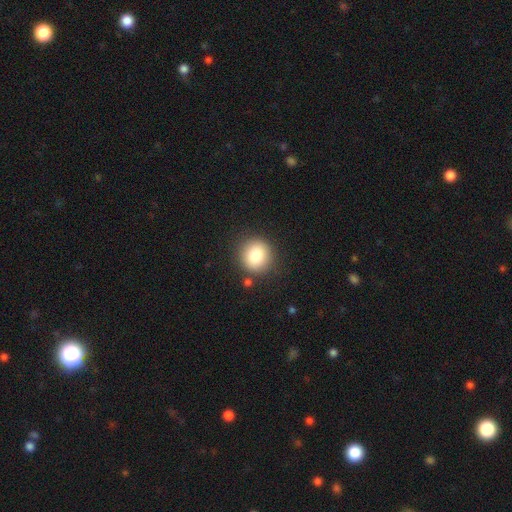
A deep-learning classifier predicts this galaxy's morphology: Smooth or featured: smooth — 84% (star or artifact — 9%)
How rounded: round — 88% (in between — 11%)
Merging: none — 85% (minor disturbance — 9%)